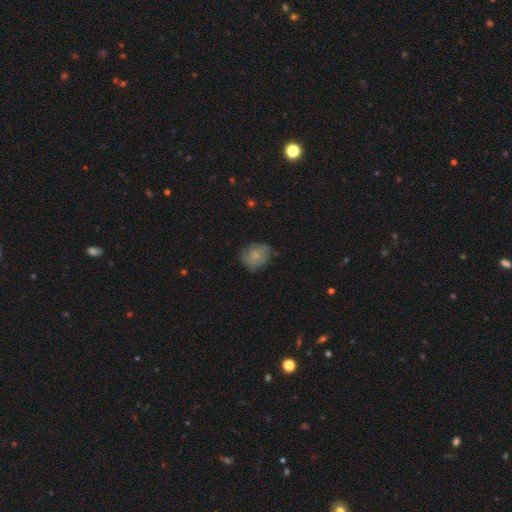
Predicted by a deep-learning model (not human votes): Smooth or featured? smooth (76%)
How rounded? round (61%)
Merging? none (71%)